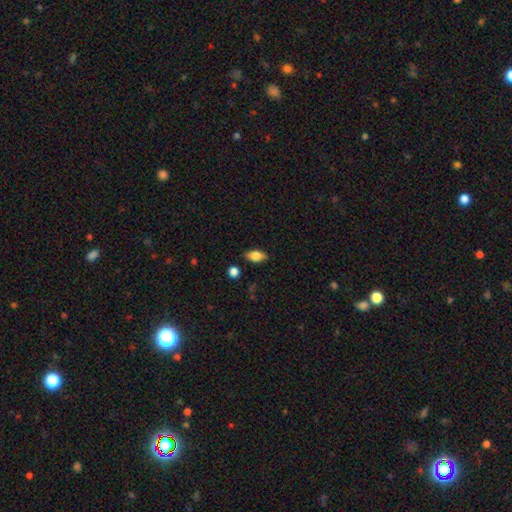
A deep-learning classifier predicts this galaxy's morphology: smooth 79%, featured or disk 13%, star or artifact 8%. Down the decision tree: how rounded — in between (88%); merging — none (85%).